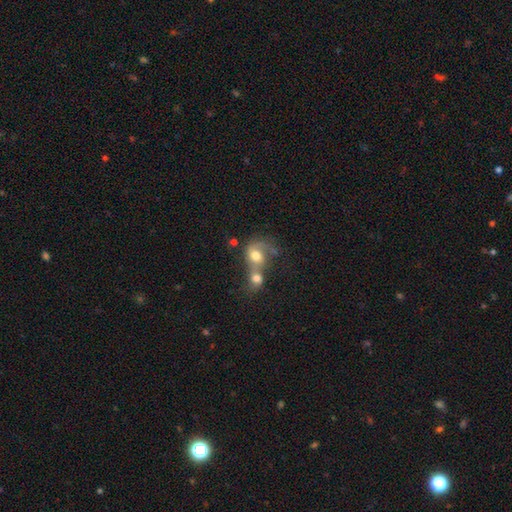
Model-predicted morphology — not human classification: type=smooth (53%); roundness=round (53%); merging=merger (78%).